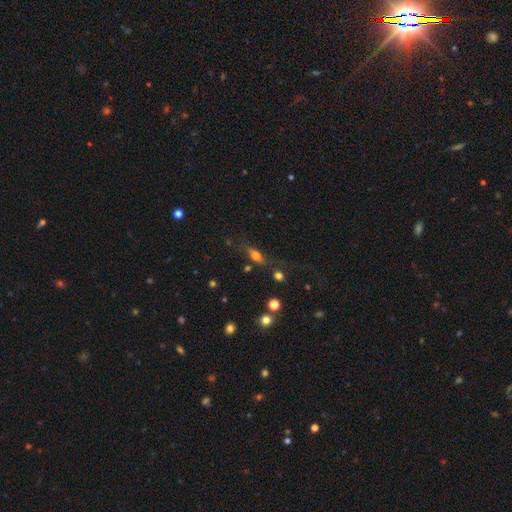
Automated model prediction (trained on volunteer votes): smooth_or_featured: smooth (p=0.58) [alt: featured or disk p=0.29]
how_rounded: in between (p=0.62) [alt: cigar-shaped p=0.28]
merging: none (p=0.63) [alt: minor disturbance p=0.20]